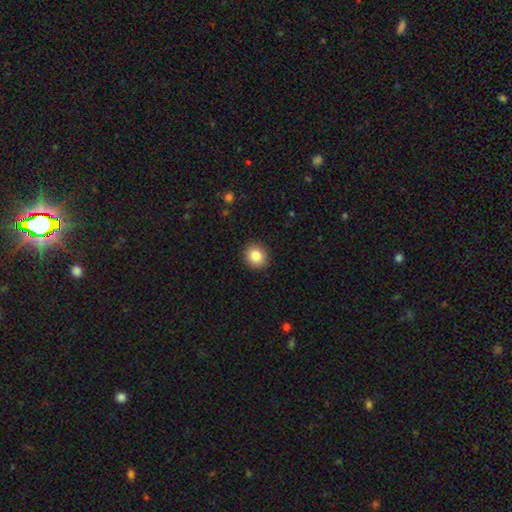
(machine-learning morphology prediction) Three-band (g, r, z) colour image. It shows a smooth galaxy with no disk features (85%) that is round (88%). Merging: none (91%).